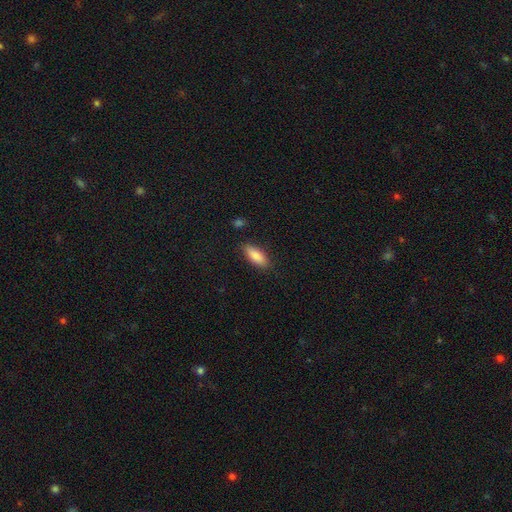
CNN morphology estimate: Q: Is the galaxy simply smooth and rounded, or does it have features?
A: smooth — 85%.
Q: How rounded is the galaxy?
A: in between — 75%.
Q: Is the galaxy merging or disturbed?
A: none — 85%.